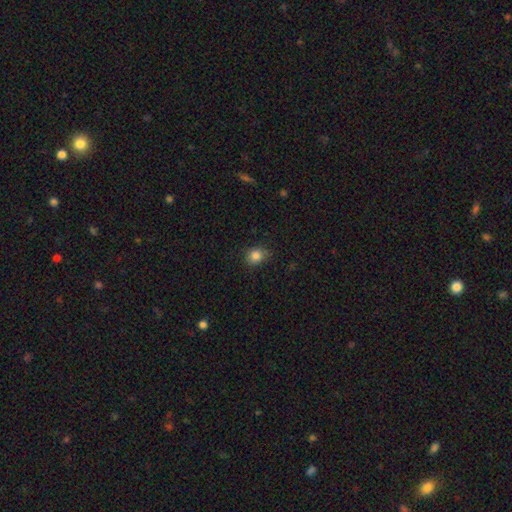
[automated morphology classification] Smooth or featured? Predicted: smooth (p=0.83). How rounded? Predicted: round (p=0.69). Merging? Predicted: none (p=0.78).